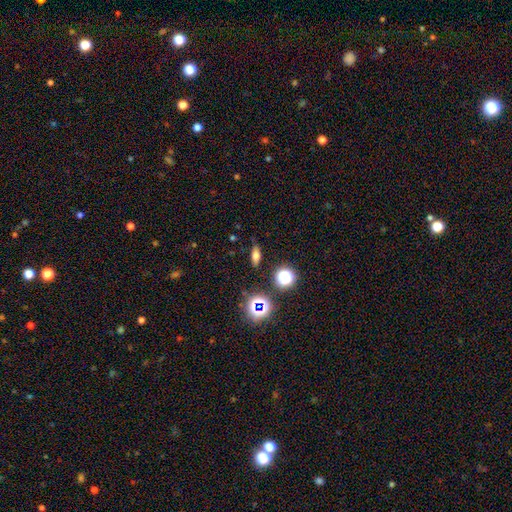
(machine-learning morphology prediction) A smooth galaxy with no disk features (61%) that is in between round and cigar-shaped (60%). Merging: none (86%).